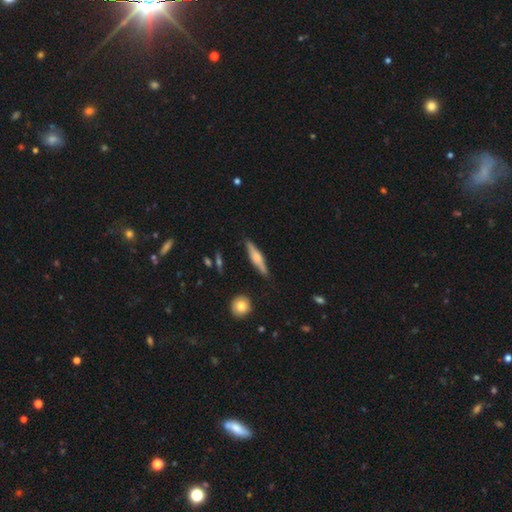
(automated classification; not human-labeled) A featured or disk galaxy (55%) viewed edge-on (95%) with a rounded central bulge (82%). Merging: none (84%).